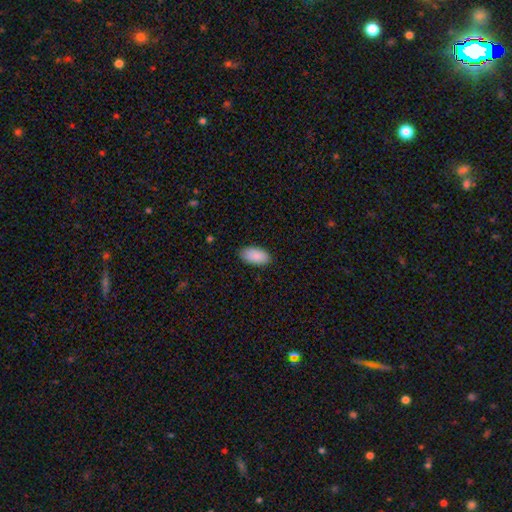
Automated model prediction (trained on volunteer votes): Overall: smooth (91%). How rounded: in between (95%). Merging: none (88%).